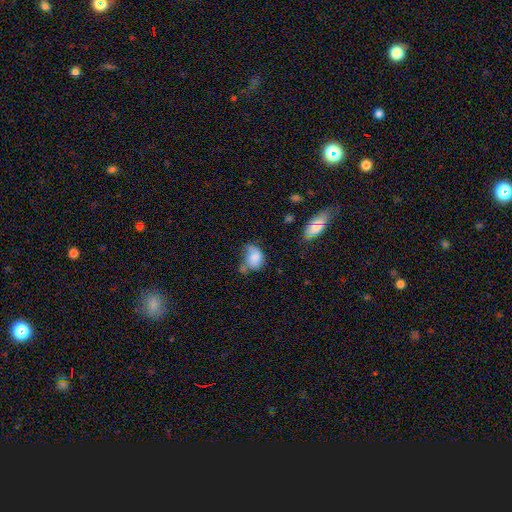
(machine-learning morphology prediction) A smooth galaxy with no disk features (73%) that is in between round and cigar-shaped (62%).

Vote fractions:
- Smooth or featured? smooth: 73% / featured or disk: 18% / star or artifact: 9%
- How rounded? in between: 62% / round: 37% / cigar-shaped: 1%
- Merging? minor disturbance: 35% / none: 31% / major disturbance: 19% / merger: 14%